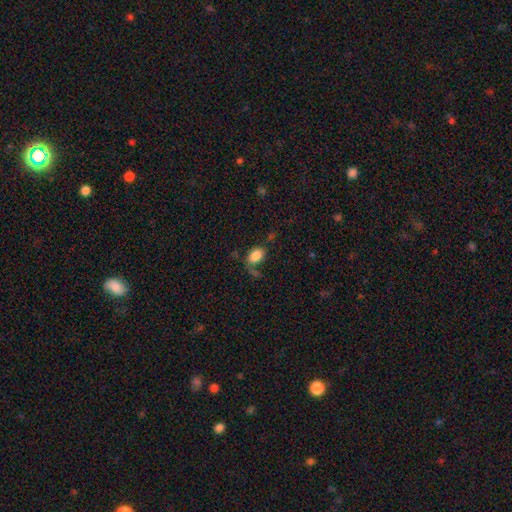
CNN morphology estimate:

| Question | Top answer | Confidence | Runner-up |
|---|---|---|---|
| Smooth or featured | smooth | 85% | star or artifact (8%) |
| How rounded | in between | 89% | round (9%) |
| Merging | none | 56% | minor disturbance (19%) |